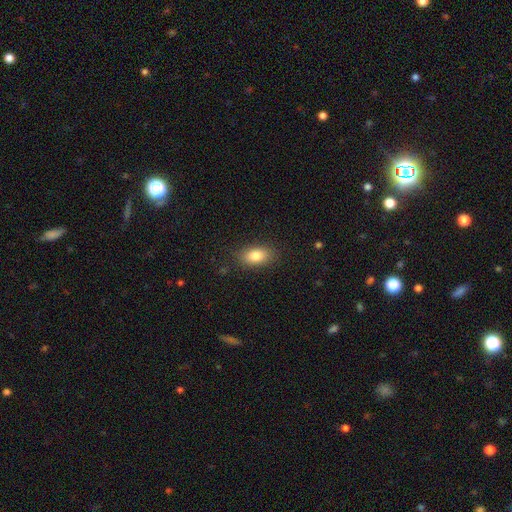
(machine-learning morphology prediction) This appears to be a smooth galaxy with no disk features (82%) that is in between round and cigar-shaped (87%). Merging: none (85%).